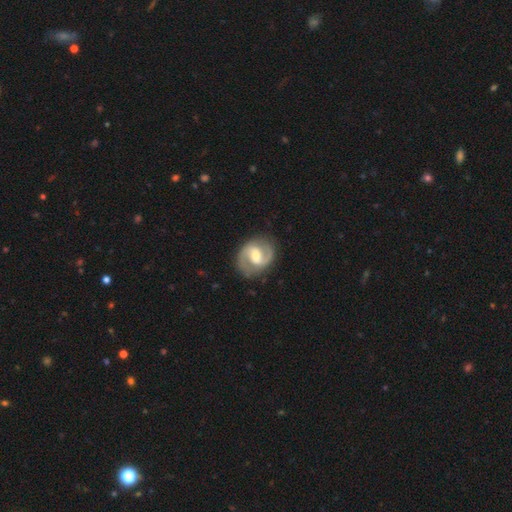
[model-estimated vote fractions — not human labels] The model was most divided on "bar": weak: 52%, strong: 28%, no: 20%. More confident: edge-on disk — no (98%); spiral arms — yes (94%); spiral arm count — 2 (92%); smooth or featured — featured or disk (85%); merging — none (84%); bulge size — moderate (68%); spiral winding — medium (55%).